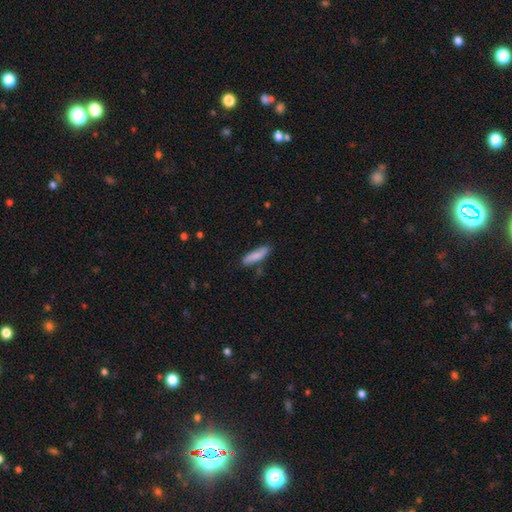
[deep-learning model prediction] Overall: smooth (81%). How rounded: cigar-shaped (68%; in between 30%). Merging: none (78%).